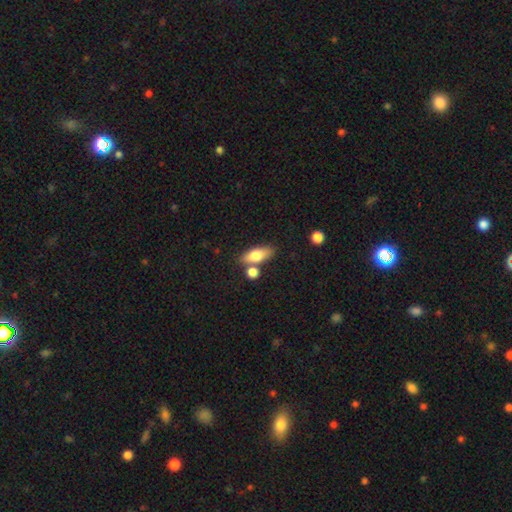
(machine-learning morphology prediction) smooth_or_featured: smooth (p=0.77) [alt: featured or disk p=0.16]
how_rounded: in between (p=0.74) [alt: cigar-shaped p=0.20]
merging: none (p=0.65) [alt: merger p=0.19]